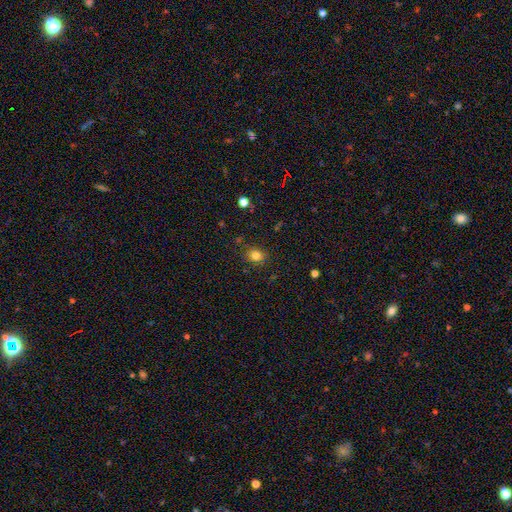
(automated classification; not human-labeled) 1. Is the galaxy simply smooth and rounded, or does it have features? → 81% smooth, 13% star or artifact, 6% featured or disk.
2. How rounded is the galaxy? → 67% round, 32% in between, 1% cigar-shaped.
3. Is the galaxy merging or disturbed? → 84% none, 11% minor disturbance, 3% major disturbance, 2% merger.